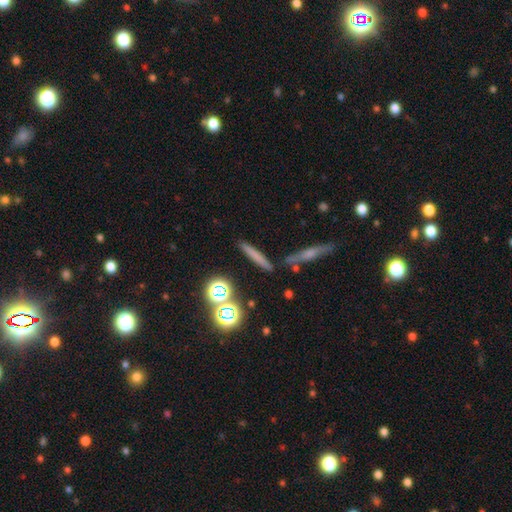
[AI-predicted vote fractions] This is likely a smooth galaxy (64%). How rounded: clearly cigar-shaped (90%). Merging: clearly none (83%).